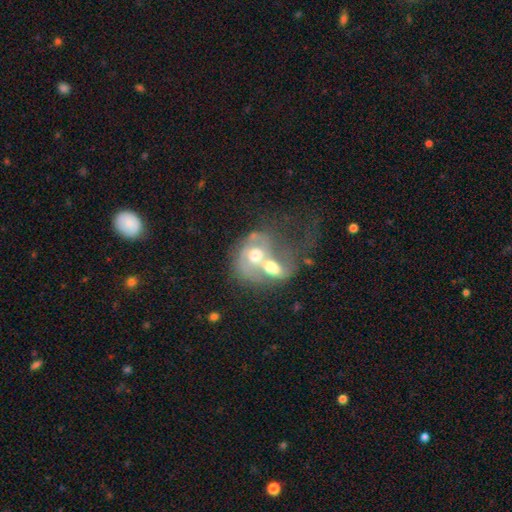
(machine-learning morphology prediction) Smooth or featured? Predicted: featured or disk (p=0.60). Edge-on disk? Predicted: no (p=0.96). Bar? Predicted: no (p=0.76). Spiral arms? Predicted: no (p=0.52). Bulge size? Predicted: moderate (p=0.65). Merging? Predicted: merger (p=0.76).